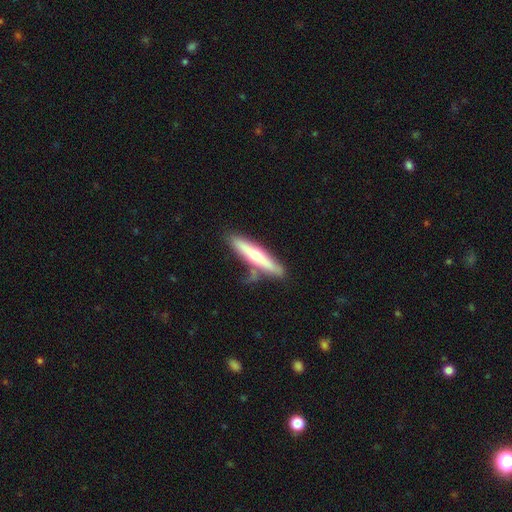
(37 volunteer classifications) Smooth or featured? 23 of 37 (62%) said featured or disk. Edge-on disk? 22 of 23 (96%) said yes. Edge-on bulge? 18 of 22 (82%) said rounded. Merging? 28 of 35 (80%) said none.